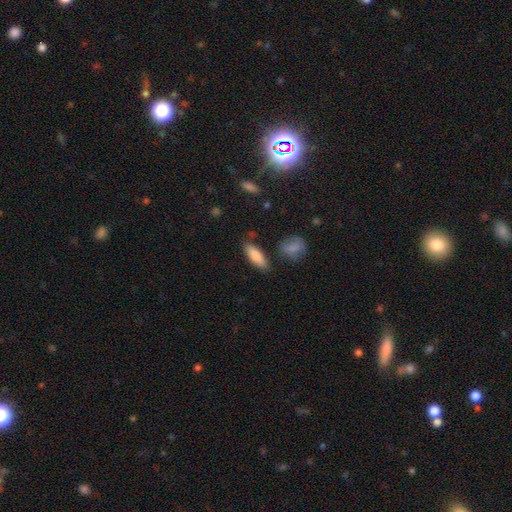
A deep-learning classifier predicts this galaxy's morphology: This is clearly a smooth galaxy (82%). How rounded: likely in between (61%). Merging: clearly none (81%).